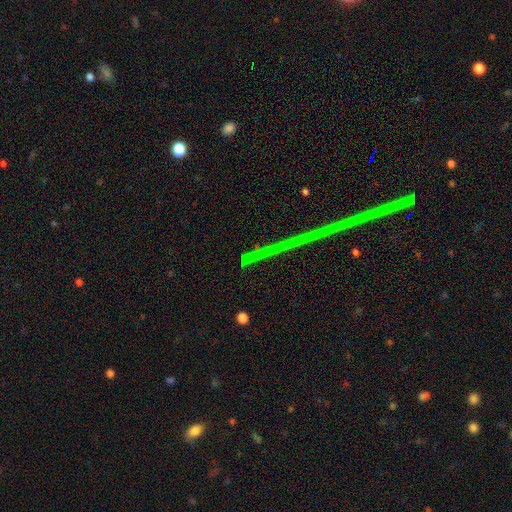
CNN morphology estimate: A star or artifact, not a galaxy (74%).